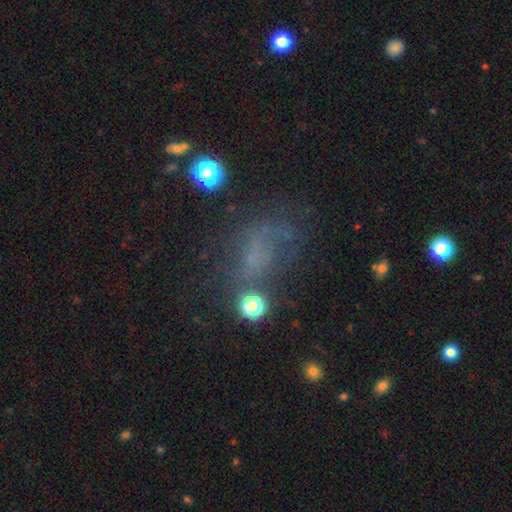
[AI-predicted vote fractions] smooth_or_featured: smooth (p=0.37) [alt: star or artifact p=0.31]
merging: none (p=0.41) [alt: major disturbance p=0.31]